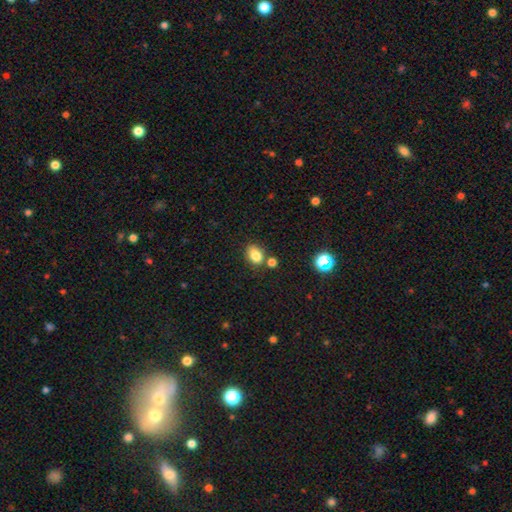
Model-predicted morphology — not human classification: Overall: smooth (81%). How rounded: in between (68%; round 30%). Merging: none (68%).